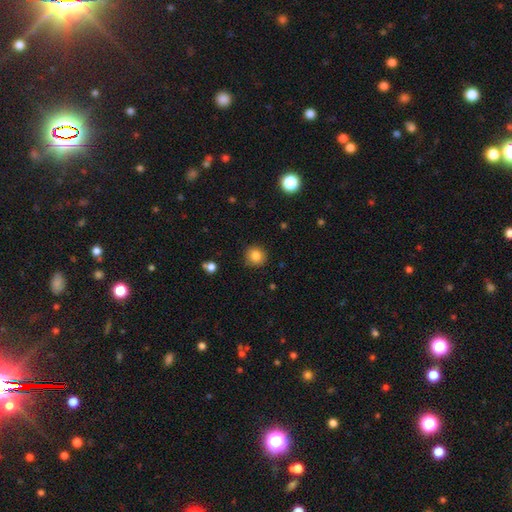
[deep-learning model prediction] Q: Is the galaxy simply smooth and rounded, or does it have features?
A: smooth — 84%.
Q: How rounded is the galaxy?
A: round — 93%.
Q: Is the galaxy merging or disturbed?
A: none — 88%.